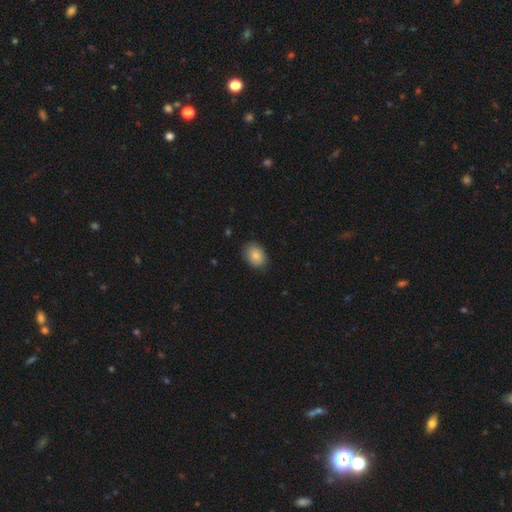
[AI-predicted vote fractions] A smooth galaxy with no disk features (85%) that is in between round and cigar-shaped (72%).

Vote fractions:
- Smooth or featured? smooth: 85% / featured or disk: 8% / star or artifact: 7%
- How rounded? in between: 72% / round: 27% / cigar-shaped: 1%
- Merging? none: 83% / minor disturbance: 13% / major disturbance: 3% / merger: 1%